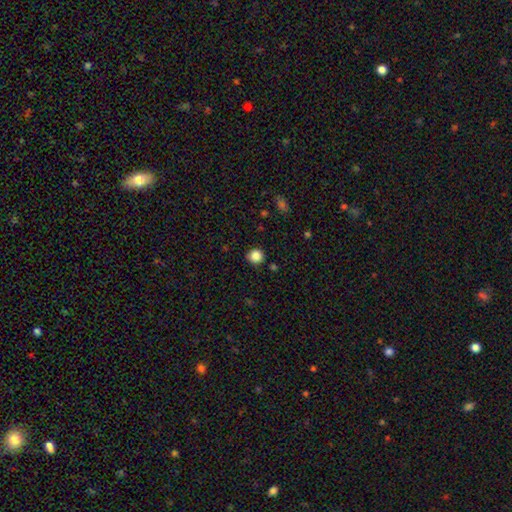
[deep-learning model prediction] Morphology: type=smooth (86%); roundness=round (92%); merging=none (89%).